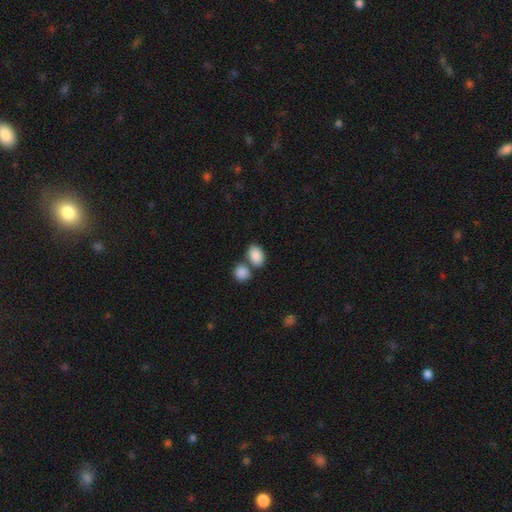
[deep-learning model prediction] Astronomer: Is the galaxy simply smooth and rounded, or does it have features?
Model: smooth — 88%.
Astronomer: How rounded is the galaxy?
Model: in between — 83%.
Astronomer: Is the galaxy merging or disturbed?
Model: none — 54% (runner-up: merger, 32%).